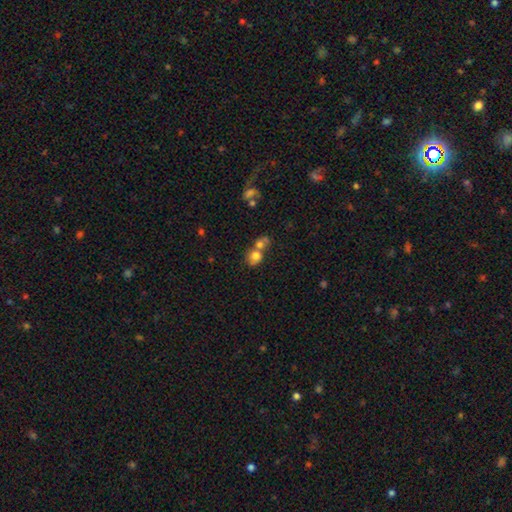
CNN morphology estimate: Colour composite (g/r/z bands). It shows a smooth galaxy with no disk features (74%) that is round (68%). Merging: merger (57%).